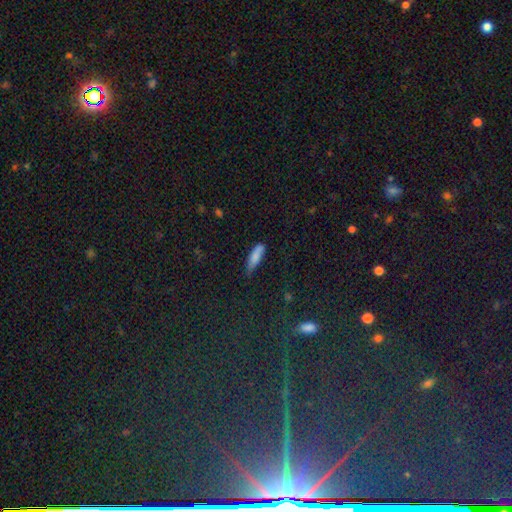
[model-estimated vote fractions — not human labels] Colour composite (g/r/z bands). It shows a smooth galaxy with no disk features (83%) that is cigar-shaped (55%). Merging: none (62%).